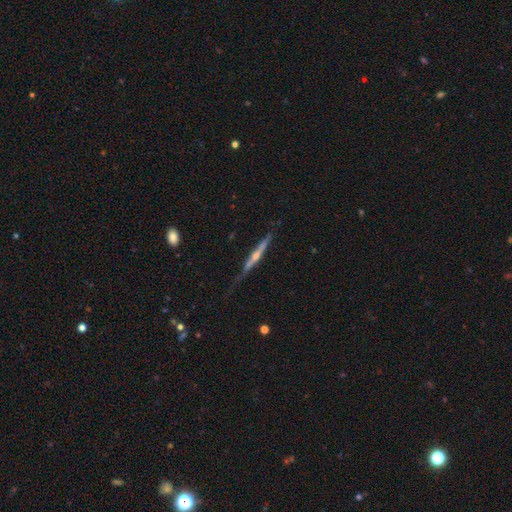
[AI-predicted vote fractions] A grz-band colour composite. It shows a featured or disk galaxy (79%) viewed edge-on (97%) with a rounded central bulge (78%). Merging: none (74%).